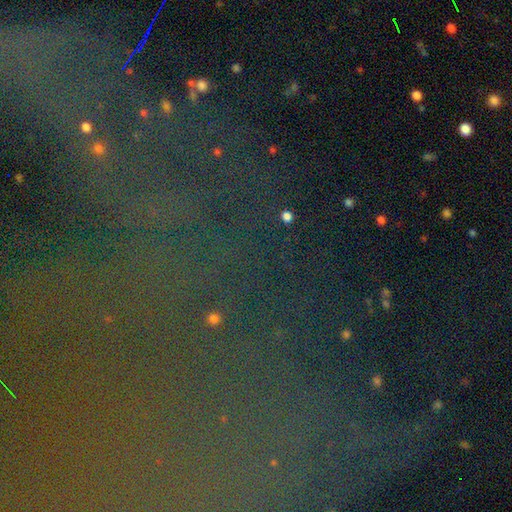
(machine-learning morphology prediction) Q: Smooth or featured?
A: star or artifact (80%); runner-up: featured or disk (10%)